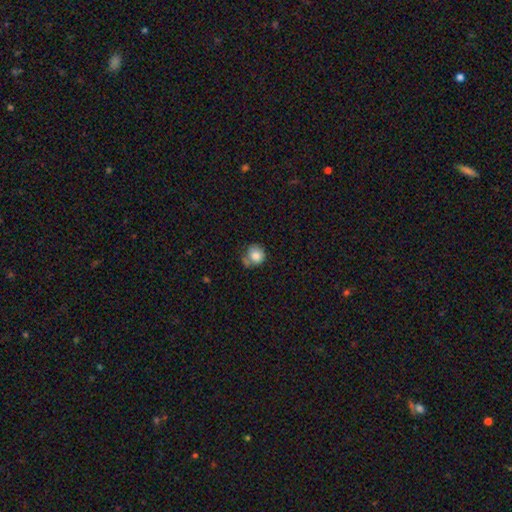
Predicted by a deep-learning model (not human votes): This appears to be a smooth galaxy with no disk features (82%) that is round (84%). Merging: none (50%).